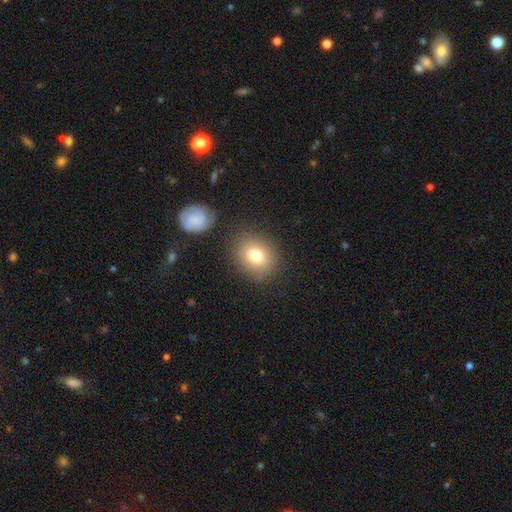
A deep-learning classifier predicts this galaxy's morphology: Smooth or featured: smooth — 79% (featured or disk — 11%)
How rounded: round — 60% (in between — 39%)
Merging: none — 80% (minor disturbance — 11%)